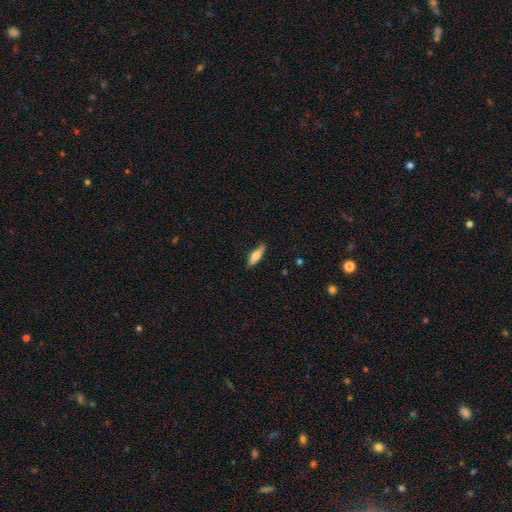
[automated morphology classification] Smooth or featured? smooth (67%)
How rounded? cigar-shaped (50%)
Merging? none (83%)